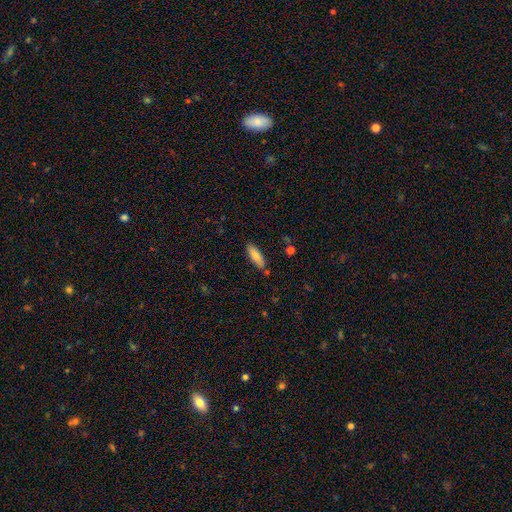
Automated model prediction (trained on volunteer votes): Q: Smooth or featured?
A: smooth (79%); runner-up: featured or disk (14%)
Q: How rounded?
A: in between (57%); runner-up: cigar-shaped (42%)
Q: Merging?
A: none (81%); runner-up: minor disturbance (13%)